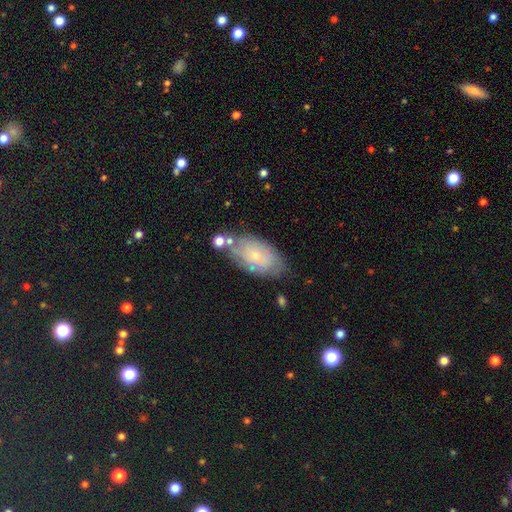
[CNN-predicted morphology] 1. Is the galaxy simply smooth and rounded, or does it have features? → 48% smooth, 43% featured or disk, 8% star or artifact.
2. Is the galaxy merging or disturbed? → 64% none, 22% minor disturbance, 7% major disturbance, 7% merger.